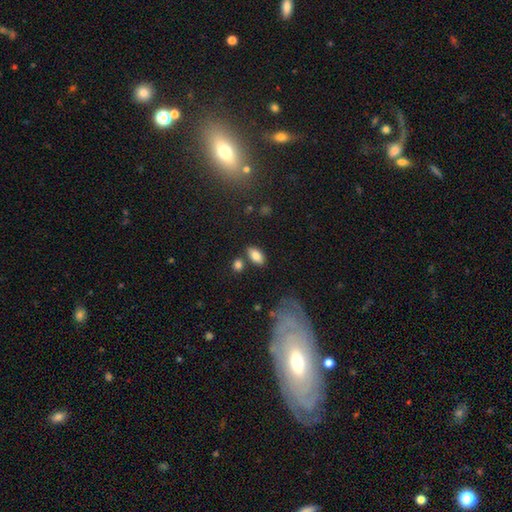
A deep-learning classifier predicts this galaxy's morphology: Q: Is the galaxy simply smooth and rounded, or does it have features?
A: smooth — 84%.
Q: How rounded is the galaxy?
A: in between — 91%.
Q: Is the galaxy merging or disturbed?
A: none — 75%.